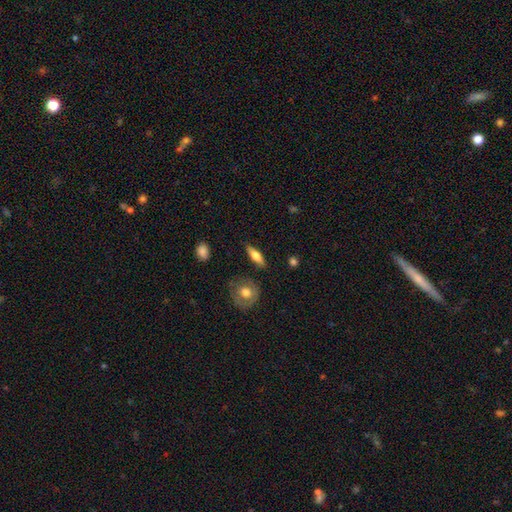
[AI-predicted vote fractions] Q: Smooth or featured?
A: smooth (60%); runner-up: featured or disk (34%)
Q: How rounded?
A: in between (53%); runner-up: cigar-shaped (42%)
Q: Merging?
A: none (84%); runner-up: minor disturbance (10%)